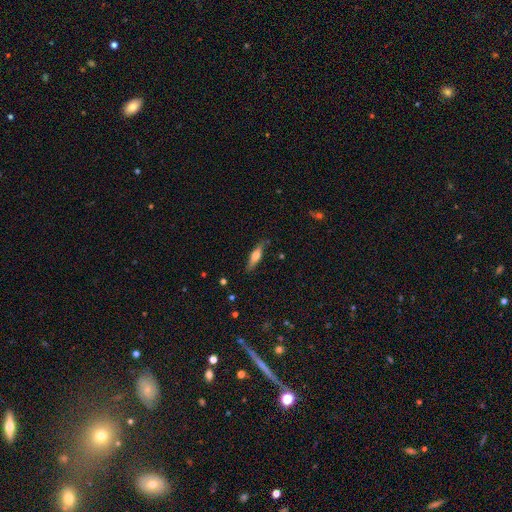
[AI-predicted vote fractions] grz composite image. It shows a smooth galaxy with no disk features (49%). Merging: none (82%).